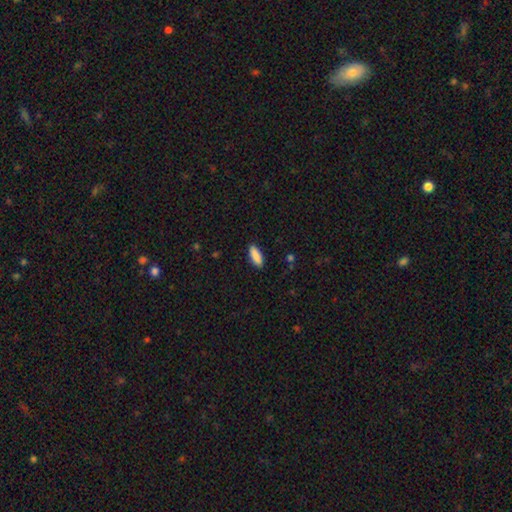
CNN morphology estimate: Smooth or featured? Predicted: smooth (p=0.89). How rounded? Predicted: in between (p=0.68). Merging? Predicted: none (p=0.88).